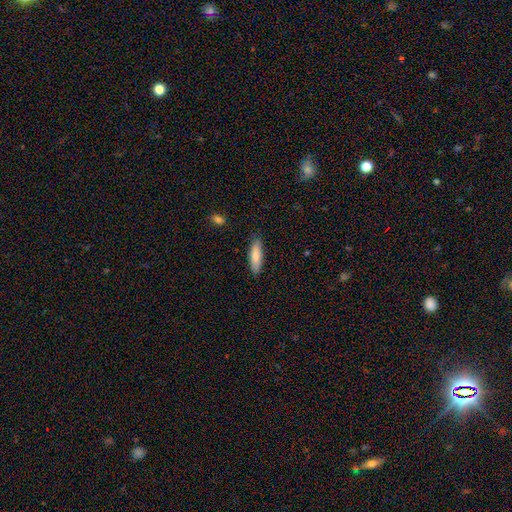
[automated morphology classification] Overall: smooth (81%). How rounded: cigar-shaped (58%; in between 41%). Merging: none (86%).